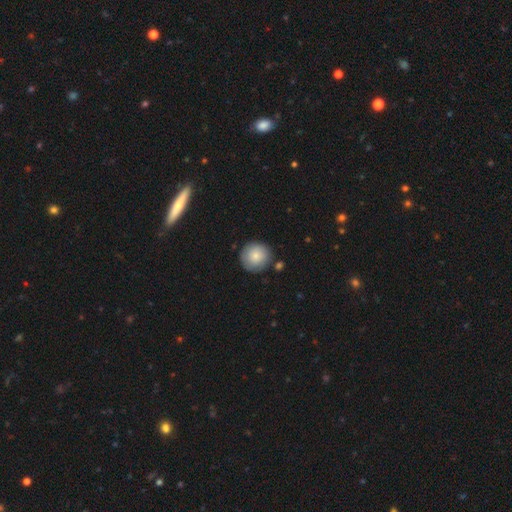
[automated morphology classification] Smooth or featured: smooth — 80% (featured or disk — 13%)
How rounded: round — 93% (in between — 6%)
Merging: none — 81% (minor disturbance — 12%)